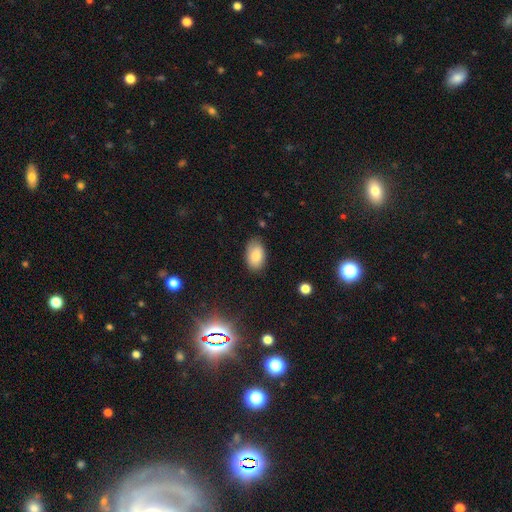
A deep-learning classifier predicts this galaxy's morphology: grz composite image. It shows a smooth galaxy with no disk features (84%) that is in between round and cigar-shaped (92%). Merging: none (79%).